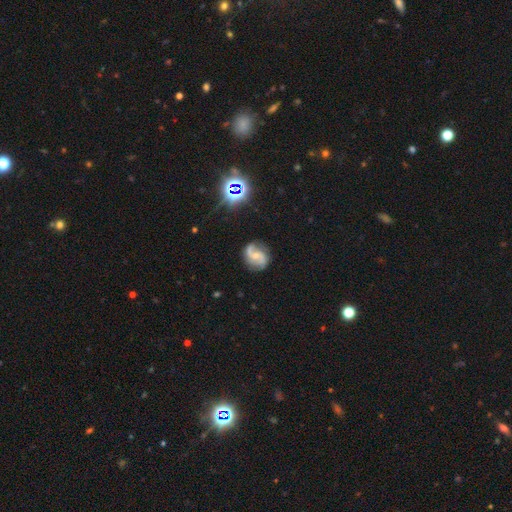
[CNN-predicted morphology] smooth_or_featured: featured or disk (p=0.82) [alt: smooth p=0.11]
disk_edge_on: no (p=0.98) [alt: yes p=0.02]
bar: no (p=0.48) [alt: weak p=0.40]
has_spiral_arms: yes (p=0.96) [alt: no p=0.04]
spiral_winding: medium (p=0.49) [alt: loose p=0.32]
spiral_arm_count: 2 (p=0.89) [alt: can't tell p=0.04]
bulge_size: small (p=0.54) [alt: moderate p=0.40]
merging: none (p=0.77) [alt: minor disturbance p=0.16]